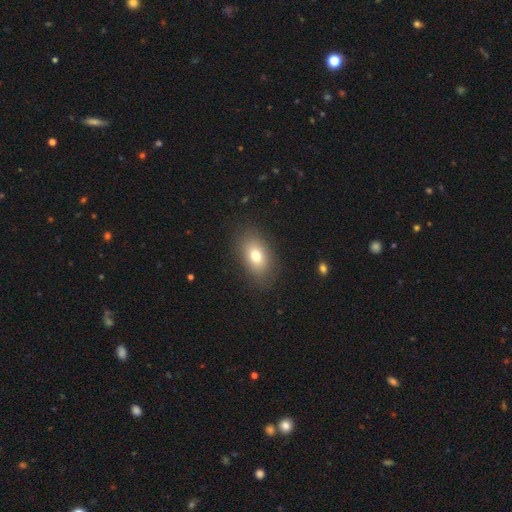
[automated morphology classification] The model was most divided on "smooth or featured": smooth: 76%, featured or disk: 14%, star or artifact: 11%. More confident: merging — none (85%); how rounded — in between (84%).